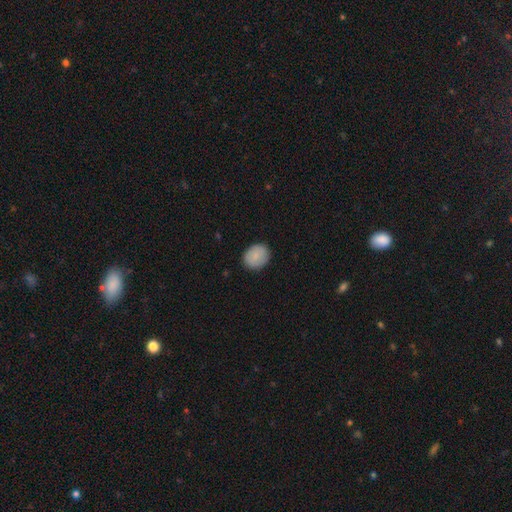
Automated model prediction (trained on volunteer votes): A smooth galaxy with no disk features (87%) that is round (56%). Merging: none (87%).